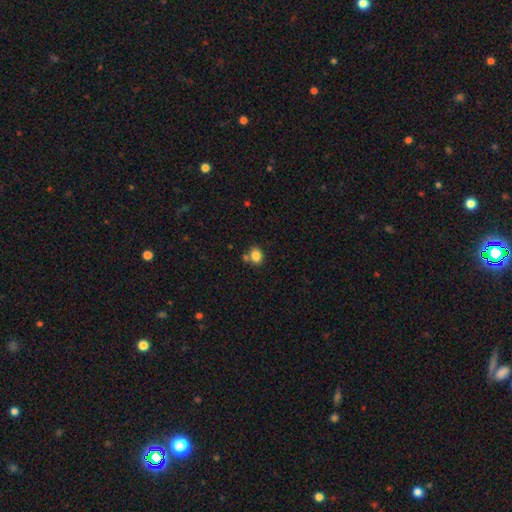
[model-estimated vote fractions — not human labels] smooth_or_featured: smooth (p=0.84) [alt: star or artifact p=0.10]
how_rounded: in between (p=0.55) [alt: round p=0.44]
merging: none (p=0.65) [alt: merger p=0.19]